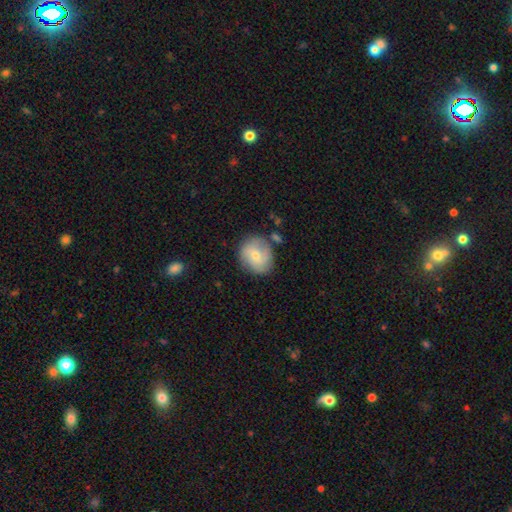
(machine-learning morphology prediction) Smooth or featured? smooth (49%)
Merging? none (73%)